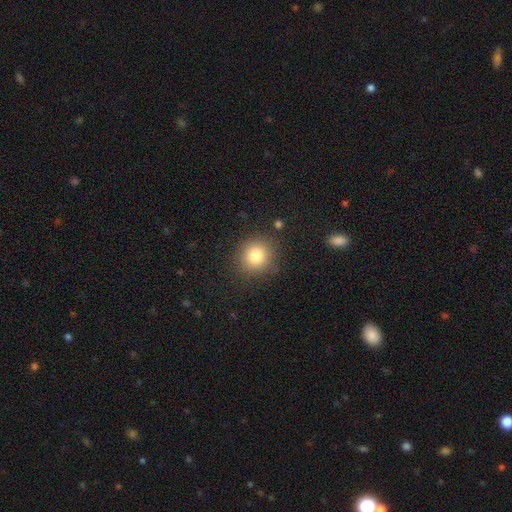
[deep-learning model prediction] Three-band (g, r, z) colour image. It shows a smooth galaxy with no disk features (81%) that is round (89%). Merging: none (87%).